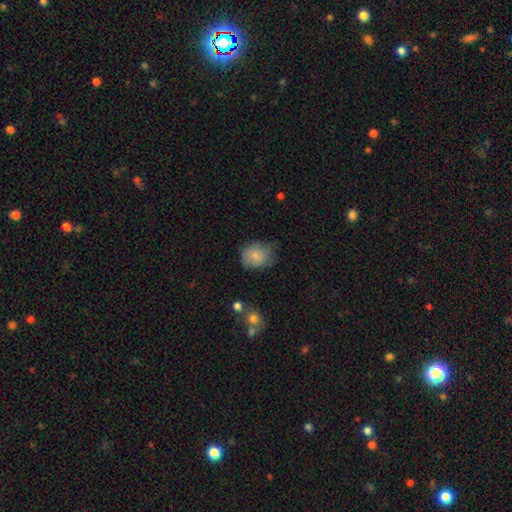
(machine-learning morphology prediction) A smooth galaxy with no disk features (82%) that is round (65%). Merging: none (63%).